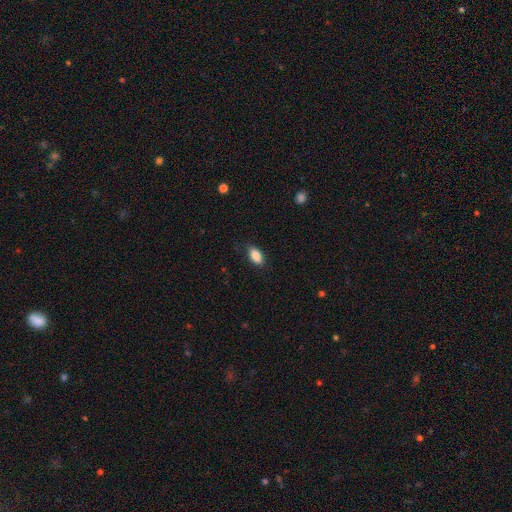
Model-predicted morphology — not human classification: type=smooth (86%); roundness=in between (91%); merging=none (83%).